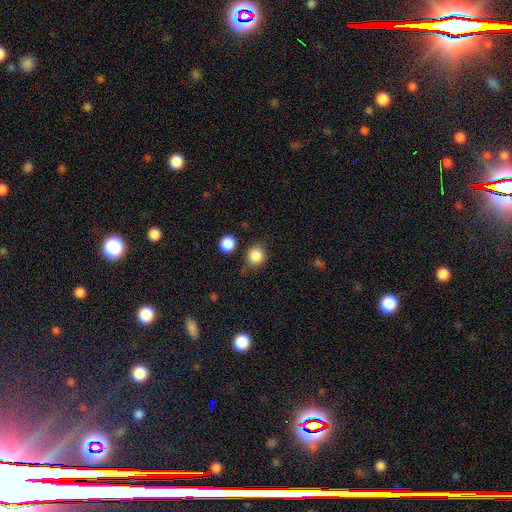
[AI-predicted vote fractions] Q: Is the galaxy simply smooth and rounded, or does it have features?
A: smooth — 86%.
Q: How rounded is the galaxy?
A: round — 78%.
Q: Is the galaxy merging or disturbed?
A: none — 73%.